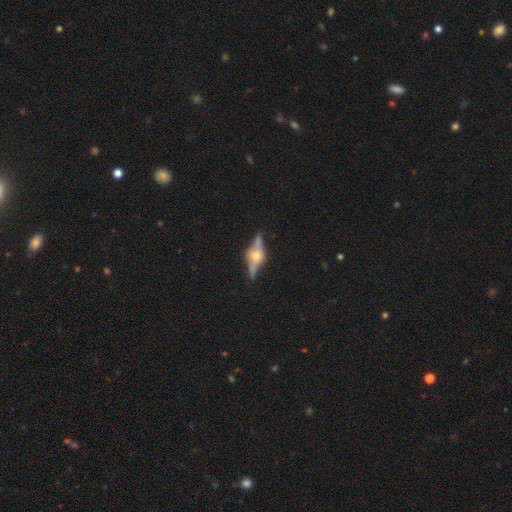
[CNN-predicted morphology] Smooth or featured?
  - featured or disk: 80% *
  - smooth: 13%
  - star or artifact: 7%
Edge-on disk?
  - yes: 94% *
  - no: 6%
Edge-on bulge?
  - rounded: 92% *
  - boxy: 6%
  - none: 1%
Merging?
  - none: 81% *
  - minor disturbance: 13%
  - major disturbance: 4%
  - merger: 2%